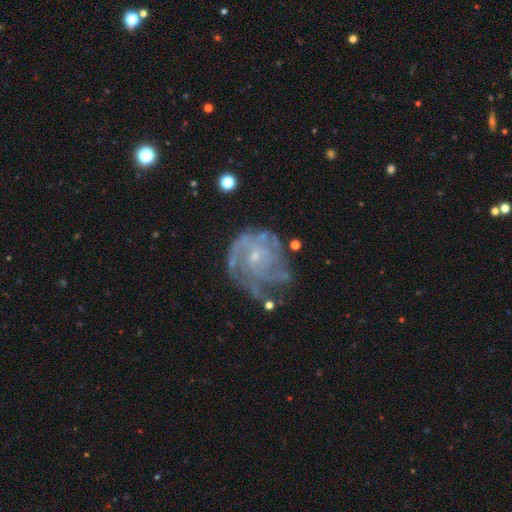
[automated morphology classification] Smooth or featured? Predicted: featured or disk (p=0.84). Edge-on disk? Predicted: no (p=0.98). Bar? Predicted: no (p=0.71). Spiral arms? Predicted: yes (p=0.93). Spiral winding? Predicted: tight (p=0.59). Spiral arm count? Predicted: can't tell (p=0.31). Bulge size? Predicted: small (p=0.80). Merging? Predicted: none (p=0.56).